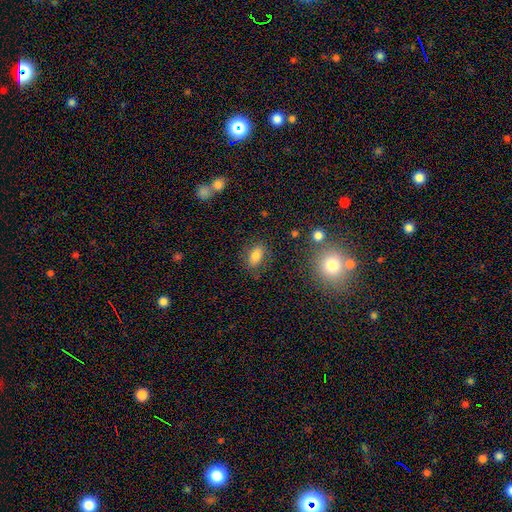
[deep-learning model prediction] smooth 80%, star or artifact 11%, featured or disk 9%. Down the decision tree: how rounded — in between (86%); merging — none (79%).